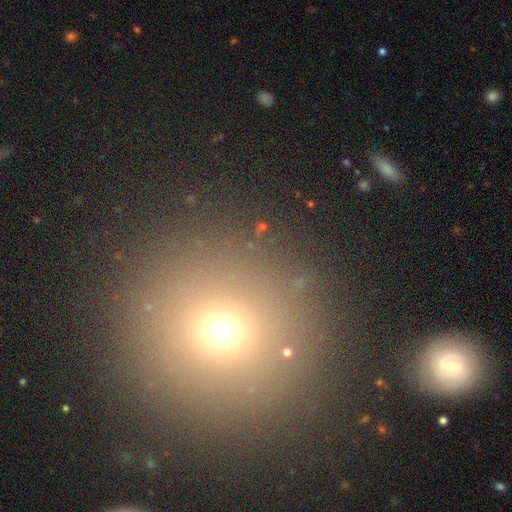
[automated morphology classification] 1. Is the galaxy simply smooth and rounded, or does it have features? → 66% smooth, 24% star or artifact, 10% featured or disk.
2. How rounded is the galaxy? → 94% round, 5% in between, 1% cigar-shaped.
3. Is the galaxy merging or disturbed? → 86% none, 6% minor disturbance, 5% merger, 3% major disturbance.